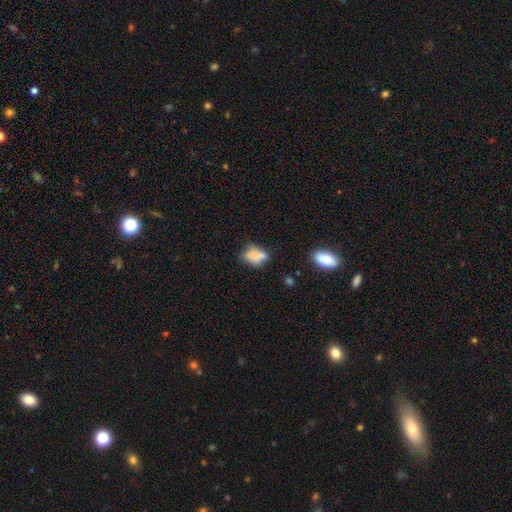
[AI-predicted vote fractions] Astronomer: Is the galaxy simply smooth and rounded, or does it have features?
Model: smooth — 71%.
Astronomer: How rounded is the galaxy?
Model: in between — 76%.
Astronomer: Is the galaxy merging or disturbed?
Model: none — 44% (runner-up: minor disturbance, 27%).